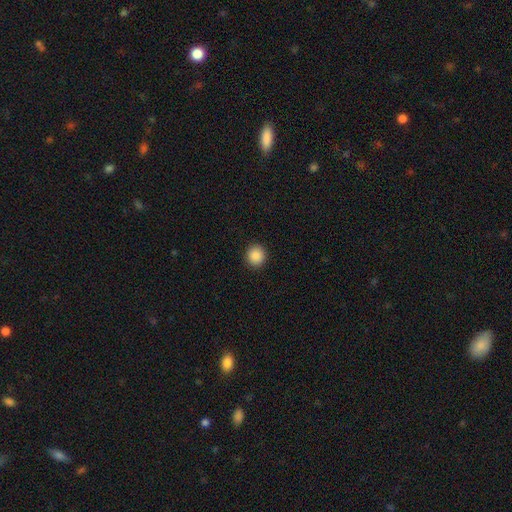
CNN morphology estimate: Smooth or featured? Predicted: smooth (p=0.89). How rounded? Predicted: round (p=0.90). Merging? Predicted: none (p=0.92).